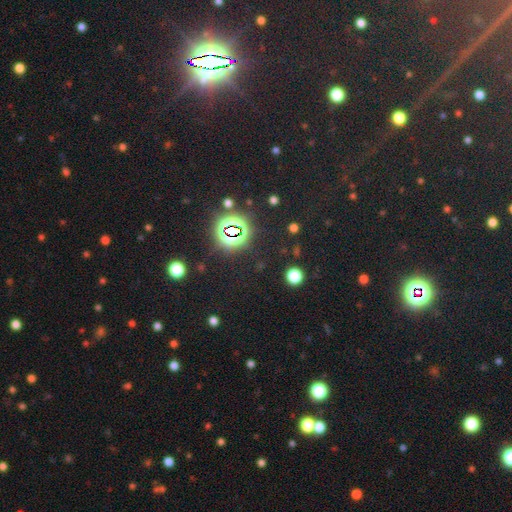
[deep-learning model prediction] Smooth or featured: star or artifact — 83% (smooth — 10%)